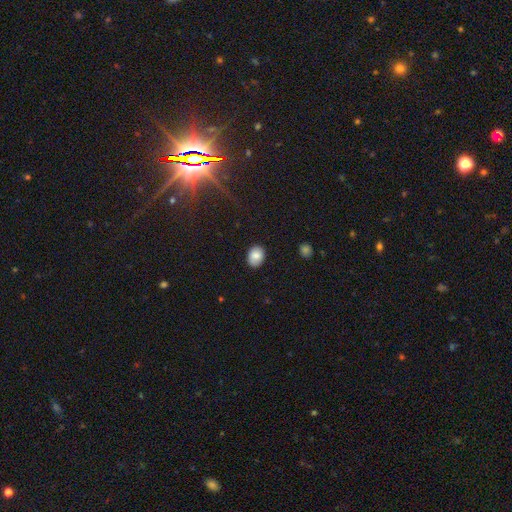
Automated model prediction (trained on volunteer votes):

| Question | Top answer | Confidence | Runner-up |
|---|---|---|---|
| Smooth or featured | smooth | 85% | star or artifact (8%) |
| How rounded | in between | 64% | round (35%) |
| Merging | none | 85% | minor disturbance (11%) |